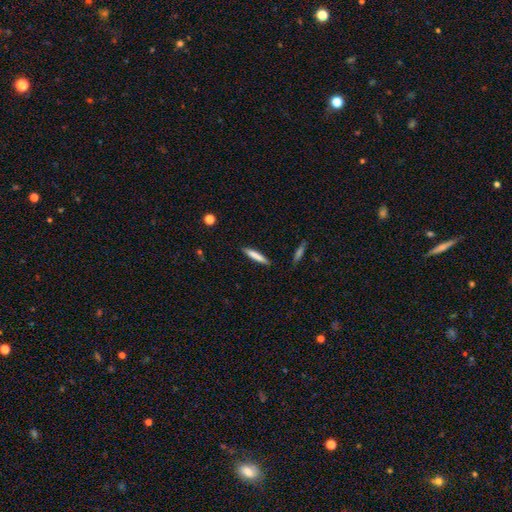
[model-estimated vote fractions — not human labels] This is likely a smooth galaxy (77%). How rounded: clearly cigar-shaped (92%). Merging: clearly none (88%).